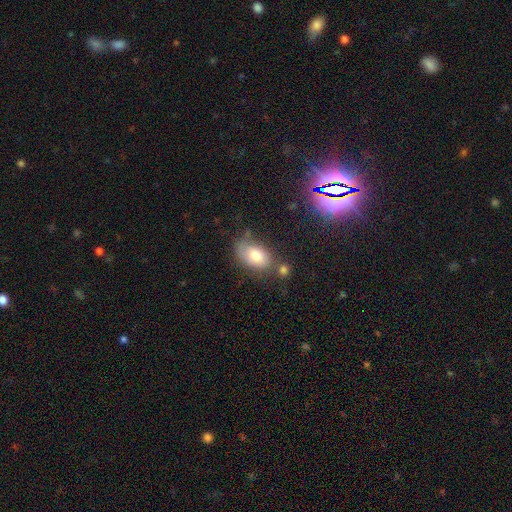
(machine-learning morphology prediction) smooth_or_featured: smooth (p=0.75) [alt: featured or disk p=0.17]
how_rounded: in between (p=0.89) [alt: round p=0.09]
merging: none (p=0.51) [alt: minor disturbance p=0.26]